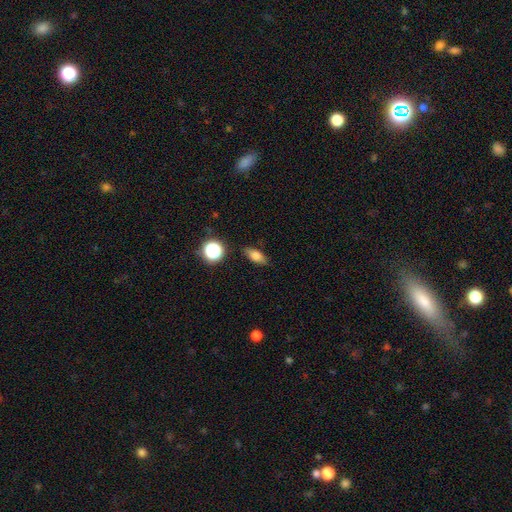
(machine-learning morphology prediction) This is likely a smooth galaxy (74%). How rounded: likely in between (72%). Merging: clearly none (85%).